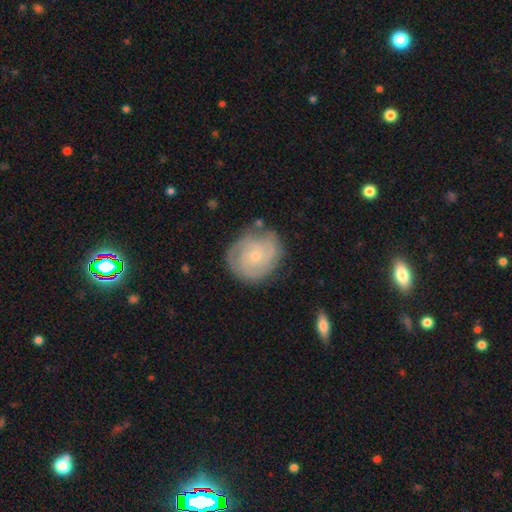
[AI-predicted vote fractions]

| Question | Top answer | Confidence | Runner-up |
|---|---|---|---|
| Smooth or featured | featured or disk | 76% | smooth (18%) |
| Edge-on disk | no | 98% | yes (2%) |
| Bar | no | 79% | weak (18%) |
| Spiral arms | yes | 92% | no (8%) |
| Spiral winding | tight | 71% | medium (23%) |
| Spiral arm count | can't tell | 31% | 2 (28%) |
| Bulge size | small | 76% | moderate (21%) |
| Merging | none | 73% | minor disturbance (19%) |